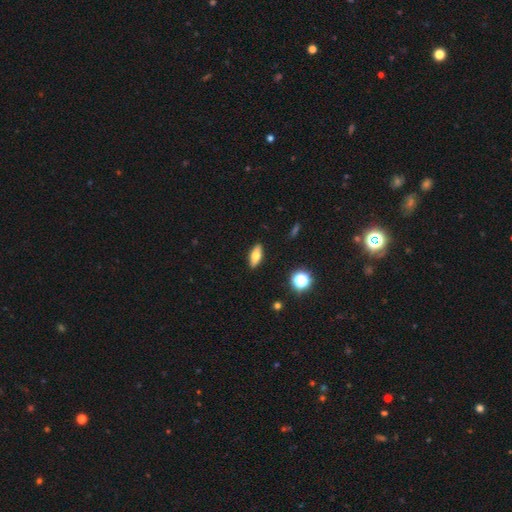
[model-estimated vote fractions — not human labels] smooth 62%, featured or disk 29%, star or artifact 9%. Down the decision tree: how rounded — in between (73%); merging — none (90%).